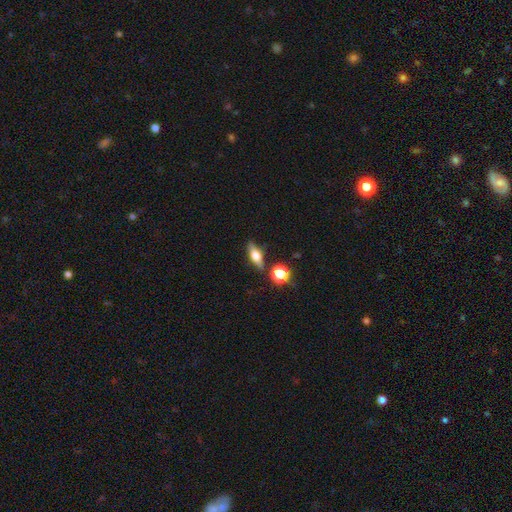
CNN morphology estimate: Smooth or featured? Predicted: featured or disk (p=0.50). Edge-on disk? Predicted: yes (p=0.91). Merging? Predicted: none (p=0.82).